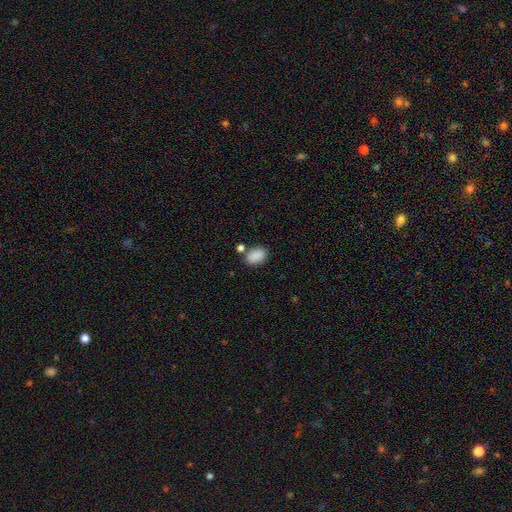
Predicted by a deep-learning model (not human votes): Smooth or featured: smooth — 88% (star or artifact — 8%)
How rounded: in between — 86% (round — 13%)
Merging: none — 72% (minor disturbance — 13%)